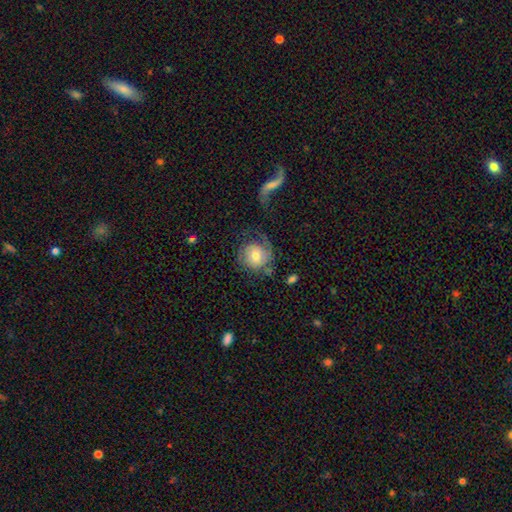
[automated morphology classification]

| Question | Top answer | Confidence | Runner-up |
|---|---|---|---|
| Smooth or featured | featured or disk | 50% | smooth (42%) |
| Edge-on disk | no | 97% | yes (3%) |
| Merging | none | 42% | major disturbance (32%) |